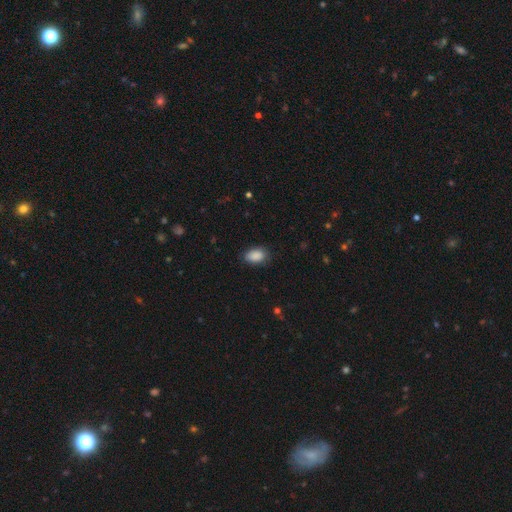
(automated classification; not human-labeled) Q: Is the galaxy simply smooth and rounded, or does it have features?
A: smooth — 89%.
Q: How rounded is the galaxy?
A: in between — 90%.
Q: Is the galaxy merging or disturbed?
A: none — 82%.